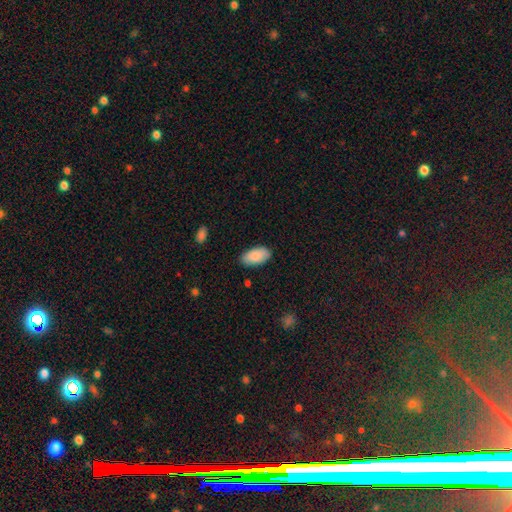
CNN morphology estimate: type=smooth (88%); roundness=in between (95%); merging=none (84%).